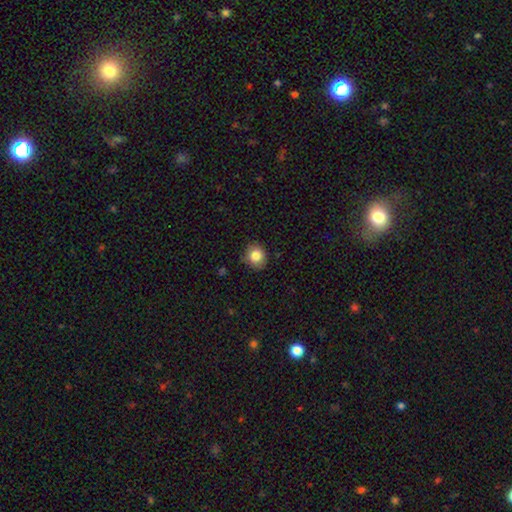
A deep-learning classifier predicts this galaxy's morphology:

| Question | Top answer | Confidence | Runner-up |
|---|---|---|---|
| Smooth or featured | smooth | 84% | star or artifact (10%) |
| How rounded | round | 76% | in between (23%) |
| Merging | none | 81% | minor disturbance (15%) |